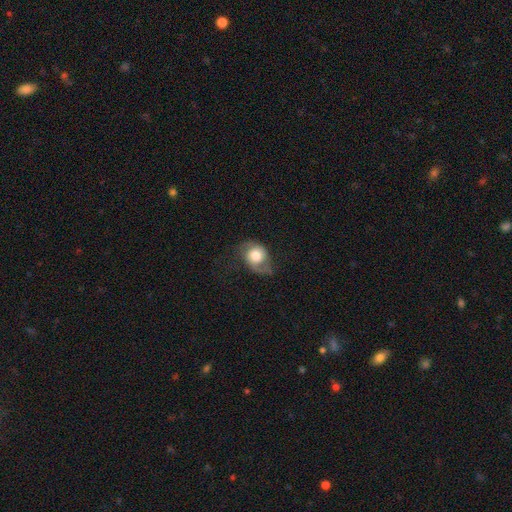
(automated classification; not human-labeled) Smooth or featured?
  - featured or disk: 48% *
  - smooth: 45%
  - star or artifact: 7%
Merging?
  - none: 49% *
  - minor disturbance: 28%
  - major disturbance: 21%
  - merger: 2%